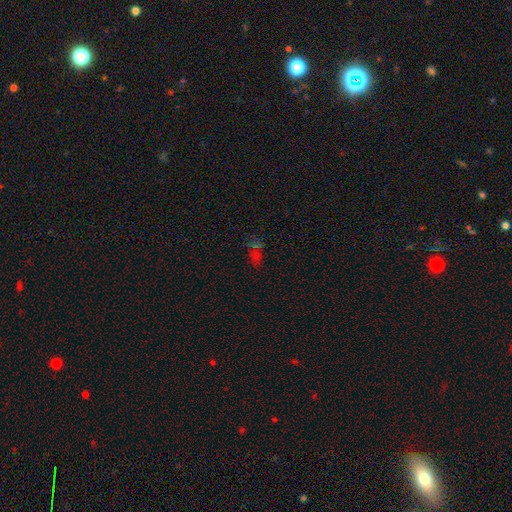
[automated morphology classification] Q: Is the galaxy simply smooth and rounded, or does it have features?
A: star or artifact — 48%.